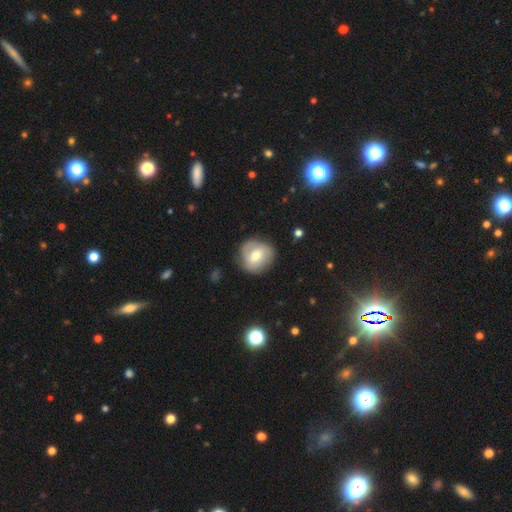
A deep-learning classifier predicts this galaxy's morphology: This appears to be a smooth galaxy with no disk features (52%) that is round (84%). Merging: none (77%).